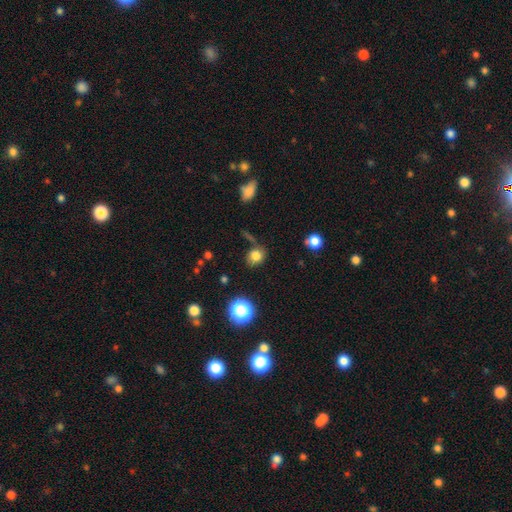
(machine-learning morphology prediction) Smooth or featured: smooth — 79% (star or artifact — 14%)
How rounded: round — 61% (in between — 37%)
Merging: none — 68% (minor disturbance — 19%)